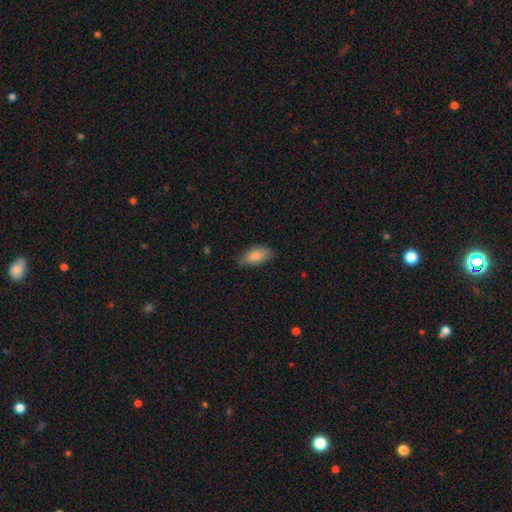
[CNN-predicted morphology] This is clearly a smooth galaxy (84%). How rounded: clearly in between (89%). Merging: likely none (74%).